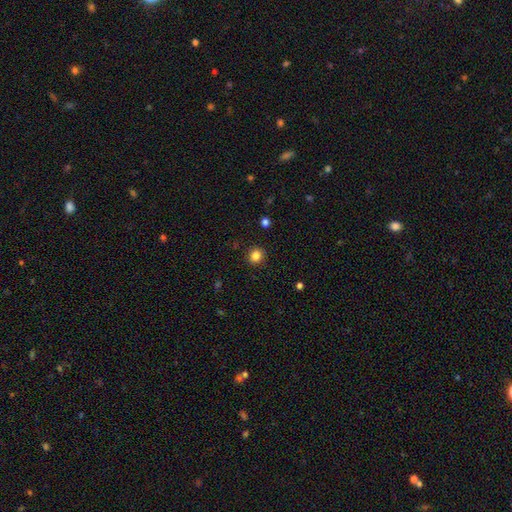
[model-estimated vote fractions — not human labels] smooth 84%, star or artifact 12%, featured or disk 4%. Down the decision tree: how rounded — round (82%); merging — none (90%).